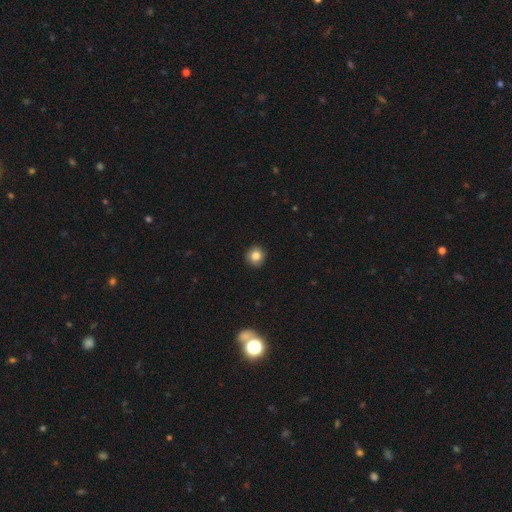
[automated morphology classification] smooth 84%, star or artifact 10%, featured or disk 6%. Down the decision tree: how rounded — round (92%); merging — none (90%).